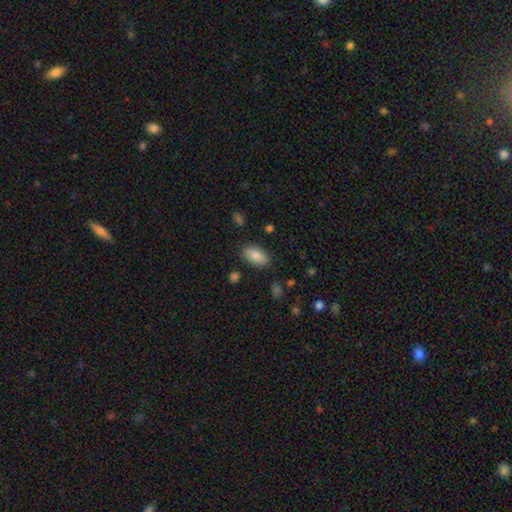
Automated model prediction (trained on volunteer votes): This appears to be a smooth galaxy with no disk features (85%) that is in between round and cigar-shaped (92%). Merging: none (85%).